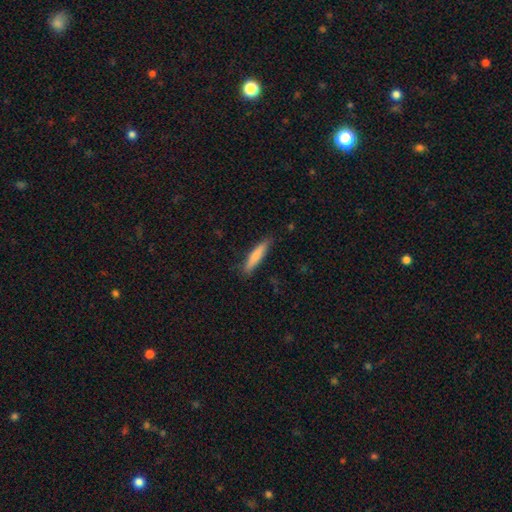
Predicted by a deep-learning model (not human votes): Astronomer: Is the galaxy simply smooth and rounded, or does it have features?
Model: smooth — 77%.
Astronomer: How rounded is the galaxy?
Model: cigar-shaped — 87%.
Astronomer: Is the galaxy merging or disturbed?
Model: none — 85%.